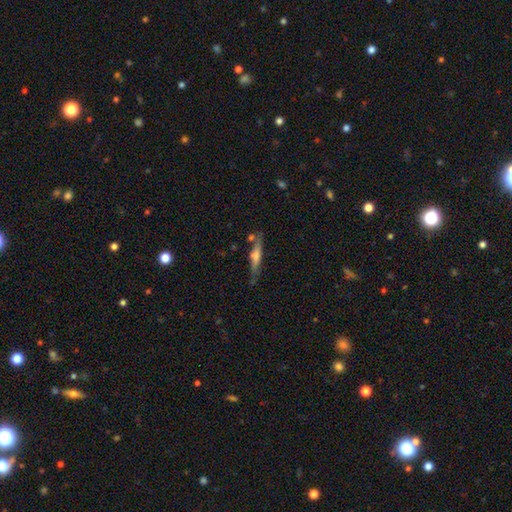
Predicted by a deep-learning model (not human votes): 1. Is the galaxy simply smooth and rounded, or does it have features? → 53% smooth, 40% featured or disk, 7% star or artifact.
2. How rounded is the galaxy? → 86% cigar-shaped, 12% in between, 2% round.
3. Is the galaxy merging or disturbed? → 69% none, 19% minor disturbance, 8% merger, 5% major disturbance.